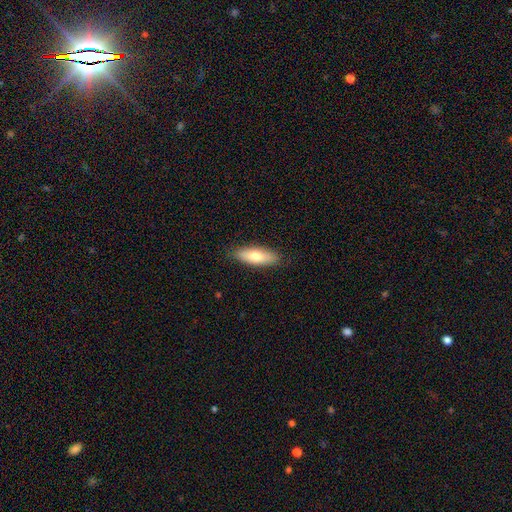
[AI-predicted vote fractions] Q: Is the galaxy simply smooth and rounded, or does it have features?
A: smooth — 69%.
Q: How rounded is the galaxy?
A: in between — 63%.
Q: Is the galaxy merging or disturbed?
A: none — 87%.